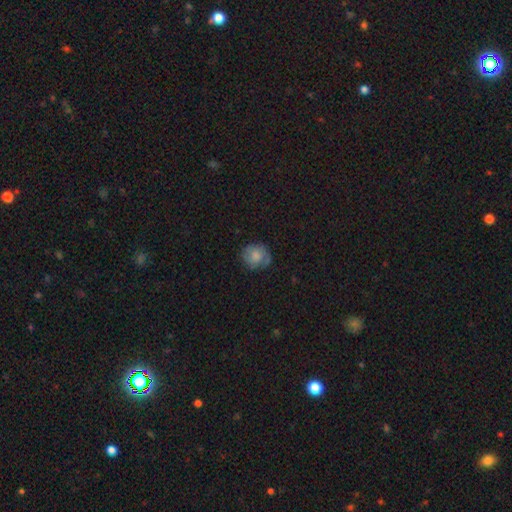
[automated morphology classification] A smooth galaxy with no disk features (58%) that is round (81%).

Vote fractions:
- Smooth or featured? smooth: 58% / featured or disk: 34% / star or artifact: 8%
- How rounded? round: 81% / in between: 18% / cigar-shaped: 1%
- Merging? none: 70% / minor disturbance: 22% / major disturbance: 6% / merger: 2%